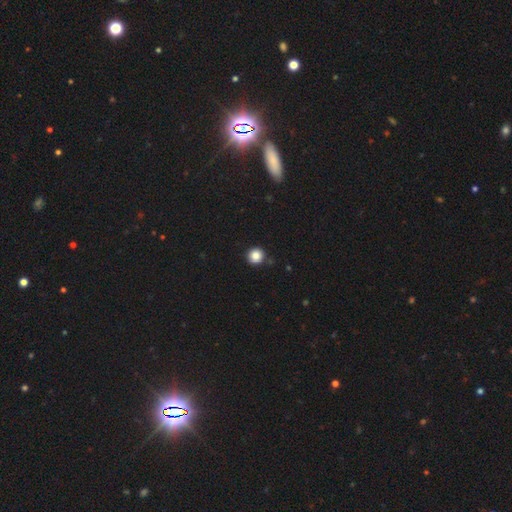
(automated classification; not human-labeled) This appears to be a smooth galaxy with no disk features (85%) that is round (94%). Merging: none (88%).